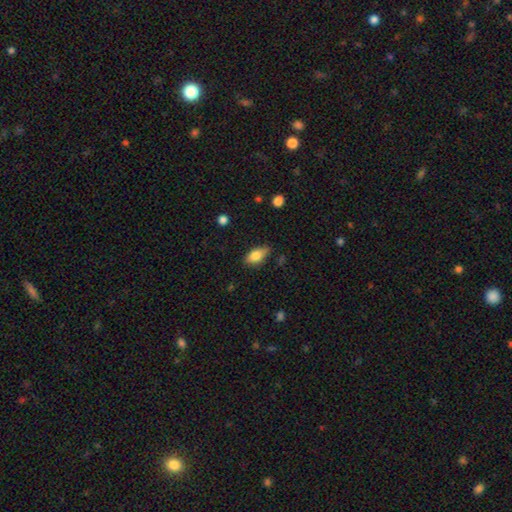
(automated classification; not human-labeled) This is likely a smooth galaxy (80%). How rounded: clearly in between (87%). Merging: likely none (74%).